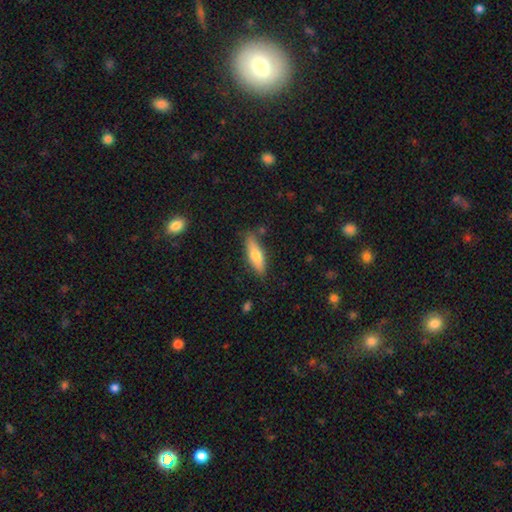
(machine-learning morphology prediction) Smooth or featured? smooth (69%)
How rounded? cigar-shaped (55%)
Merging? none (80%)